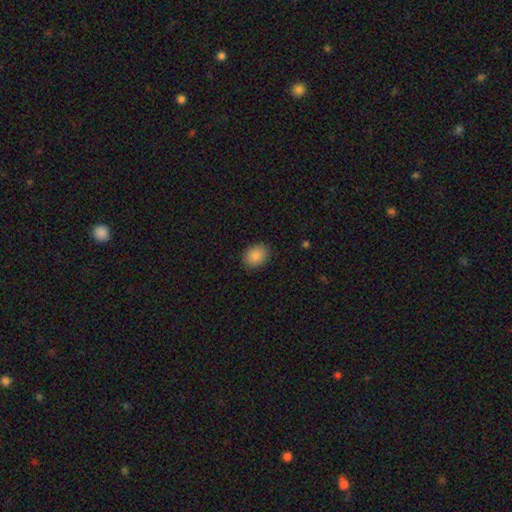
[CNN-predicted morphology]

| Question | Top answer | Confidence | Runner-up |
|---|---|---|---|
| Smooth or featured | smooth | 88% | star or artifact (8%) |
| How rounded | in between | 60% | round (39%) |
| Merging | none | 88% | minor disturbance (9%) |